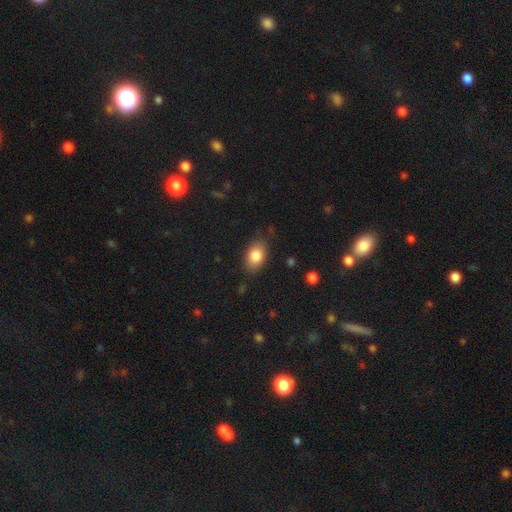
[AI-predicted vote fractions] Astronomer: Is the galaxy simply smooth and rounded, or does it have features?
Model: smooth — 83%.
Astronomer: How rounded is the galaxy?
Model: in between — 85%.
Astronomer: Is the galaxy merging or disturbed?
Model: none — 80%.